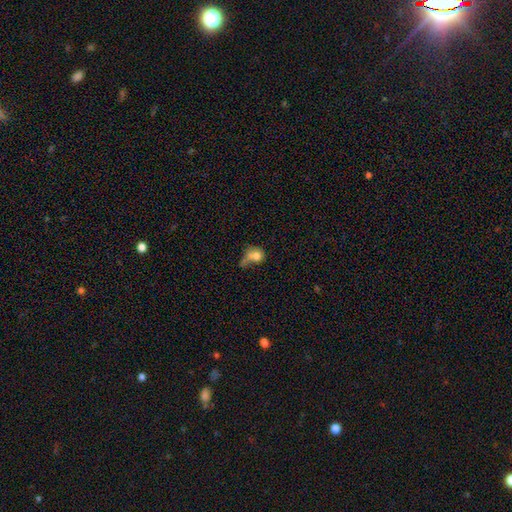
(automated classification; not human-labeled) Smooth or featured: smooth — 73% (featured or disk — 17%)
How rounded: round — 67% (in between — 31%)
Merging: merger — 36% (none — 26%)